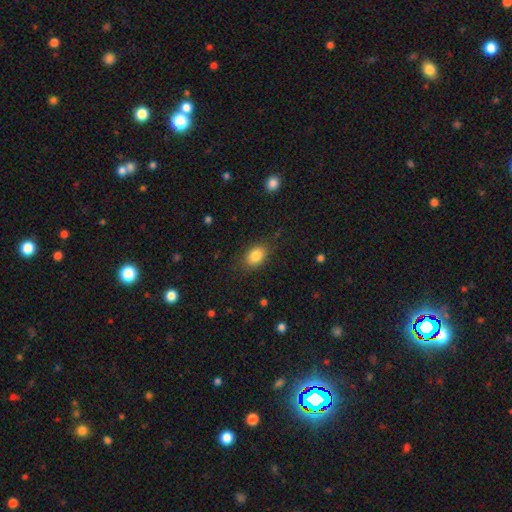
Smooth or featured: smooth — 84% (featured or disk — 11%)
How rounded: in between — 84% (round — 16%)
Merging: none — 86% (minor disturbance — 14%)